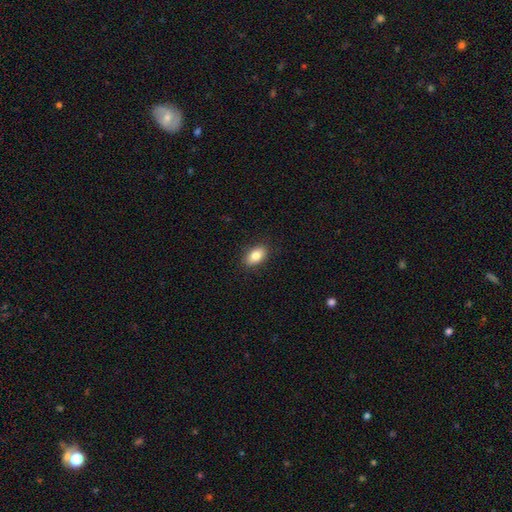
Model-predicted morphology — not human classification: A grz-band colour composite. It shows a smooth galaxy with no disk features (83%) that is in between round and cigar-shaped (89%). Merging: none (88%).